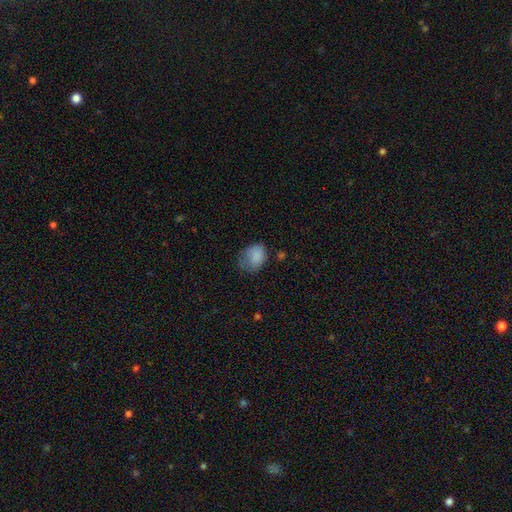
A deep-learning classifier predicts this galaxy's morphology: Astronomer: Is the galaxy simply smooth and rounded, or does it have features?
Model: smooth — 83%.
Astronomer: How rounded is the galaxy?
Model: in between — 54% (runner-up: round, 45%).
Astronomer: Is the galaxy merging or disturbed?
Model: none — 40% (runner-up: minor disturbance, 36%).